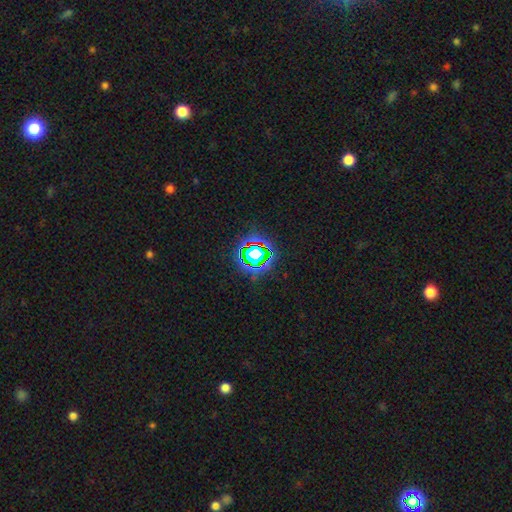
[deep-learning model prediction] A star or artifact, not a galaxy (69%).

Vote fractions:
- Smooth or featured? star or artifact: 69% / smooth: 17% / featured or disk: 14%